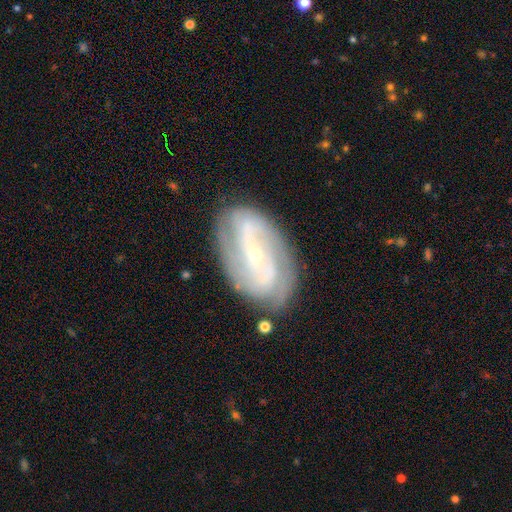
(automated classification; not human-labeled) A featured or disk galaxy (83%) with a strong bar (36%), 2 (58%) tight (49%) spiral arms (90%) and a small central bulge (79%).

Vote fractions:
- Smooth or featured? featured or disk: 83% / smooth: 11% / star or artifact: 6%
- Edge-on disk? no: 95% / yes: 5%
- Bar? strong: 36% / no: 33% / weak: 32%
- Spiral arms? yes: 90% / no: 10%
- Spiral winding? tight: 49% / medium: 36% / loose: 15%
- Spiral arm count? 2: 58% / can't tell: 22% / 3: 10% / 4: 4% / 1: 3% / more than 4: 3%
- Bulge size? small: 79% / moderate: 18% / large: 1% / none: 1% / dominant: 1%
- Merging? none: 77% / minor disturbance: 16% / major disturbance: 5% / merger: 2%